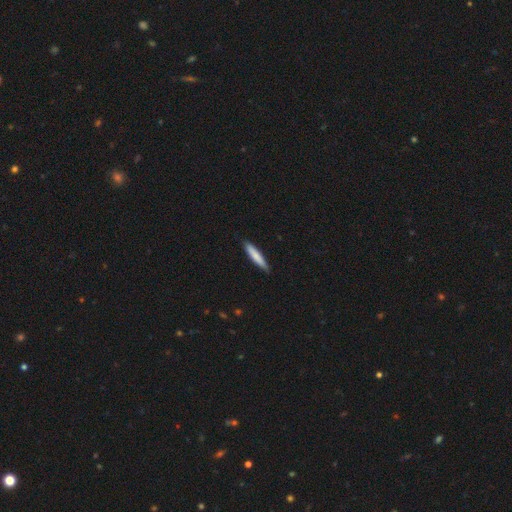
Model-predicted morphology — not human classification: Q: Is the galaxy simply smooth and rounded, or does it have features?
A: smooth — 77%.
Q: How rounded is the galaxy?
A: cigar-shaped — 90%.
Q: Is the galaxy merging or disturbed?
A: none — 87%.